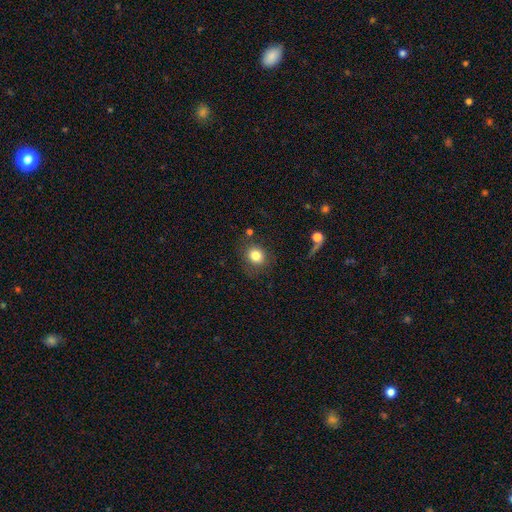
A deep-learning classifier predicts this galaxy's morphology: Overall: smooth (82%). How rounded: round (72%). Merging: none (77%).